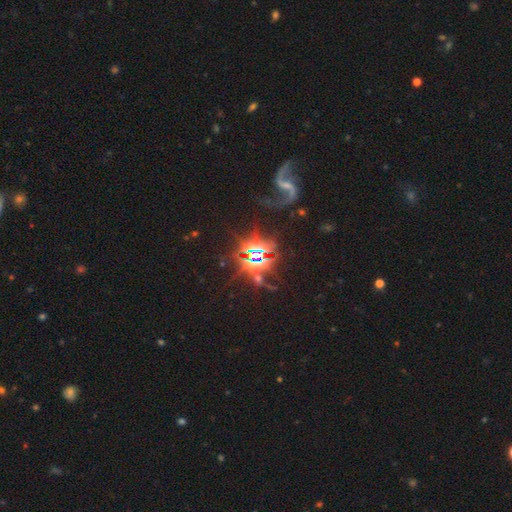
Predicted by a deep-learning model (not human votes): Smooth or featured: star or artifact — 76% (featured or disk — 15%)